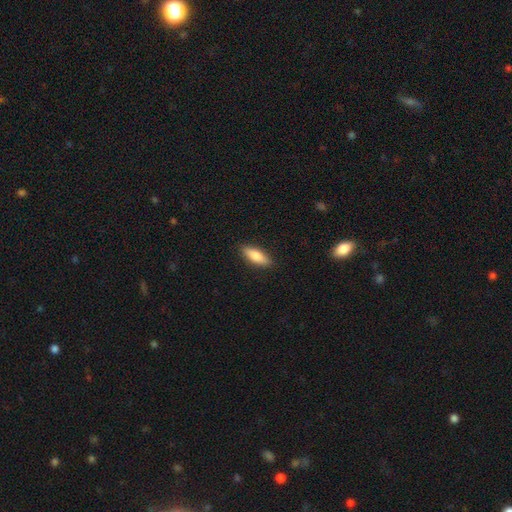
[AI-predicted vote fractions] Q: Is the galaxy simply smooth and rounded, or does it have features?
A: smooth — 80%.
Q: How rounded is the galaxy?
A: in between — 61%.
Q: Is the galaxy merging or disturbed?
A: none — 89%.